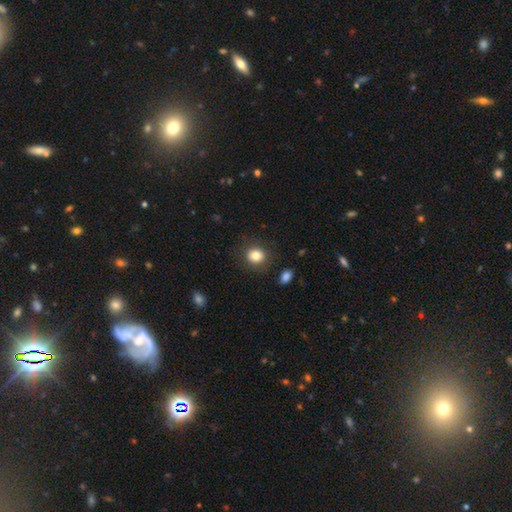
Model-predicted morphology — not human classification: smooth-or-featured: smooth: 83% | star or artifact: 10% | featured or disk: 7%
  how-rounded: round: 80% | in between: 19% | cigar-shaped: 1%
  merging: none: 86% | minor disturbance: 9% | major disturbance: 3% | merger: 2%